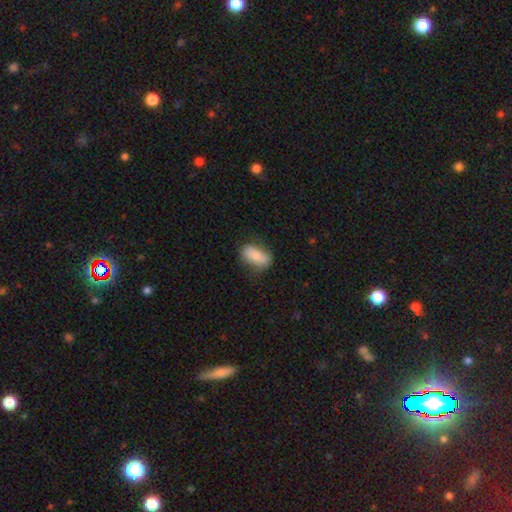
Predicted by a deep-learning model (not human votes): Smooth or featured: smooth — 81% (featured or disk — 13%)
How rounded: in between — 87% (cigar-shaped — 8%)
Merging: none — 71% (minor disturbance — 22%)